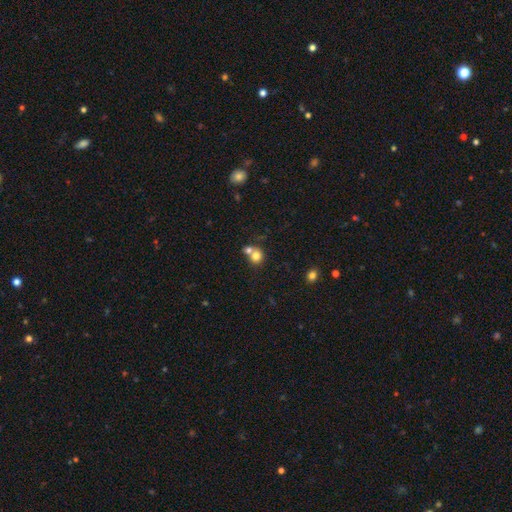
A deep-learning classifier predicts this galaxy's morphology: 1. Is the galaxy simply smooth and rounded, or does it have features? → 78% smooth, 12% star or artifact, 10% featured or disk.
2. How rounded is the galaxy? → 81% round, 18% in between, 1% cigar-shaped.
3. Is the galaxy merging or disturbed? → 48% merger, 42% none, 7% minor disturbance, 3% major disturbance.